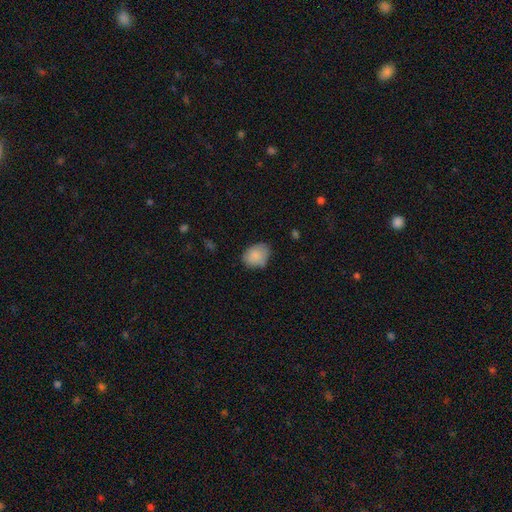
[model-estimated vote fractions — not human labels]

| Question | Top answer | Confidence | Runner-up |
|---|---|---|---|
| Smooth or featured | smooth | 85% | featured or disk (8%) |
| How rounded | in between | 59% | round (40%) |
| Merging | none | 65% | minor disturbance (28%) |